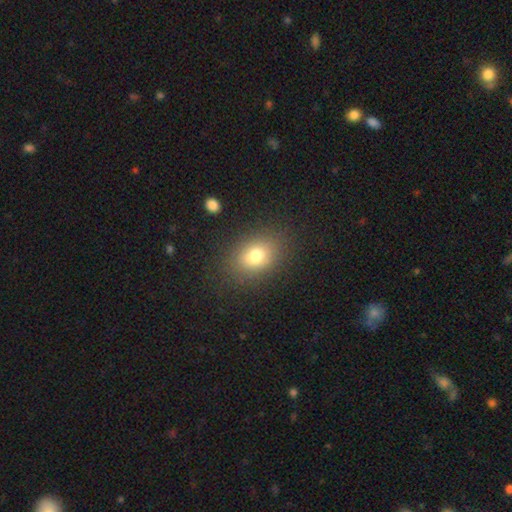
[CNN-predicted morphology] Q: Smooth or featured?
A: smooth (77%); runner-up: star or artifact (12%)
Q: How rounded?
A: in between (65%); runner-up: round (34%)
Q: Merging?
A: none (84%); runner-up: minor disturbance (10%)